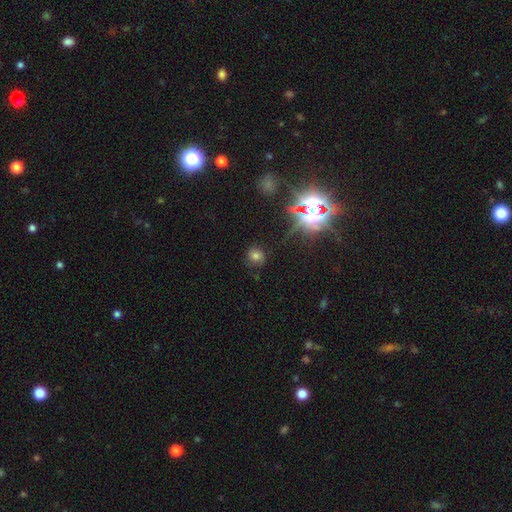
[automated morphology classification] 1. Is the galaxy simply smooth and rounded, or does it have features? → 59% smooth, 28% star or artifact, 14% featured or disk.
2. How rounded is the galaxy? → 81% round, 18% in between, 1% cigar-shaped.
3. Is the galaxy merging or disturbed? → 78% none, 14% minor disturbance, 6% major disturbance, 2% merger.